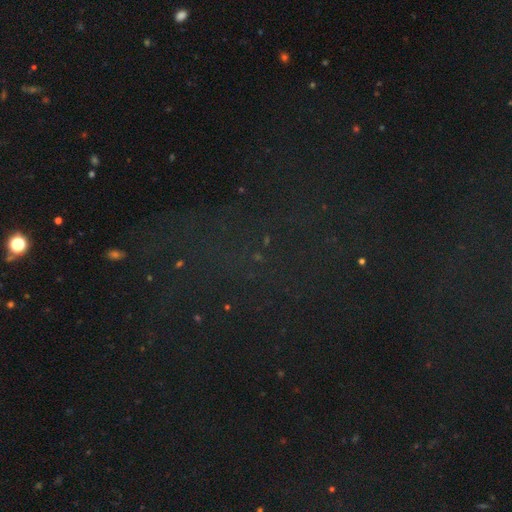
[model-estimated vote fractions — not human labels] Overall: star or artifact (73%).